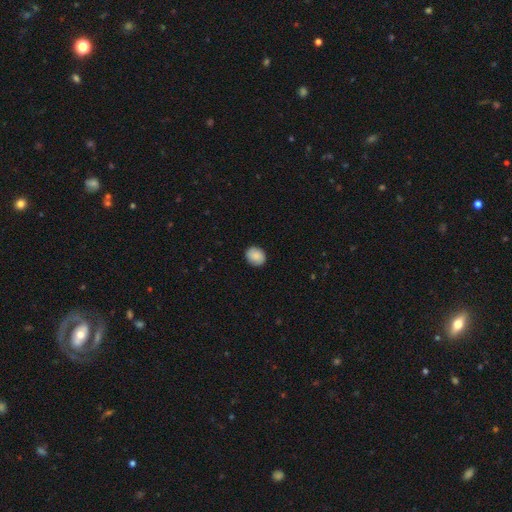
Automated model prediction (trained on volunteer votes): A smooth galaxy with no disk features (87%) that is round (57%).

Vote fractions:
- Smooth or featured? smooth: 87% / star or artifact: 7% / featured or disk: 6%
- How rounded? round: 57% / in between: 42% / cigar-shaped: 1%
- Merging? none: 88% / minor disturbance: 9% / major disturbance: 2% / merger: 1%